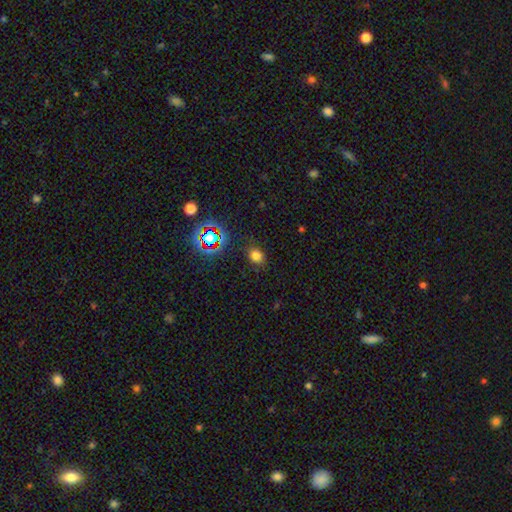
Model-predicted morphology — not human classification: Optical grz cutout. It shows a smooth galaxy with no disk features (72%) that is round (56%). Merging: none (82%).